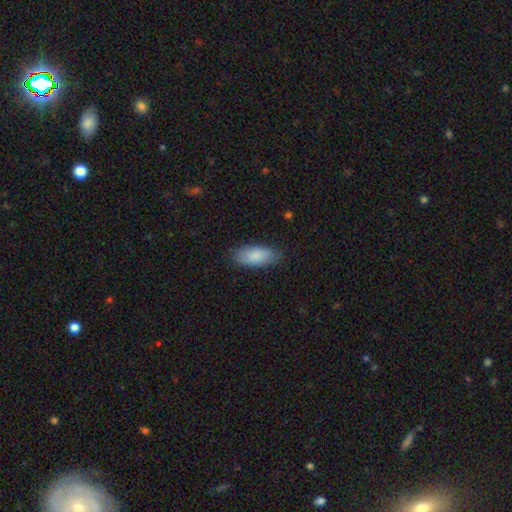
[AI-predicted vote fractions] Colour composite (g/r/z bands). It shows a smooth galaxy with no disk features (85%) that is in between round and cigar-shaped (87%). Merging: none (80%).